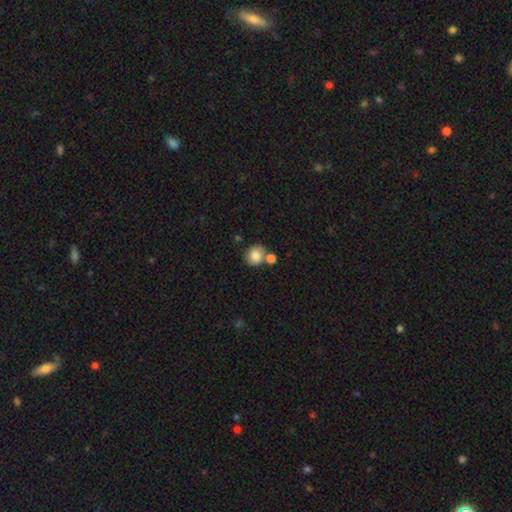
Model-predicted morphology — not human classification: smooth 83%, star or artifact 9%, featured or disk 8%. Down the decision tree: how rounded — round (77%); merging — none (63%).